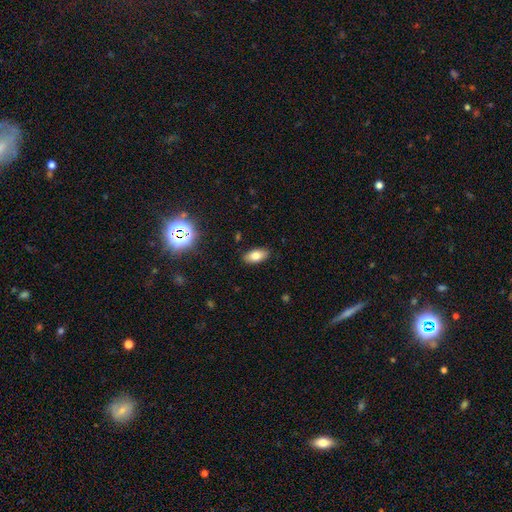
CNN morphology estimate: smooth_or_featured: smooth (p=0.76) [alt: featured or disk p=0.13]
how_rounded: in between (p=0.89) [alt: cigar-shaped p=0.07]
merging: none (p=0.88) [alt: minor disturbance p=0.09]